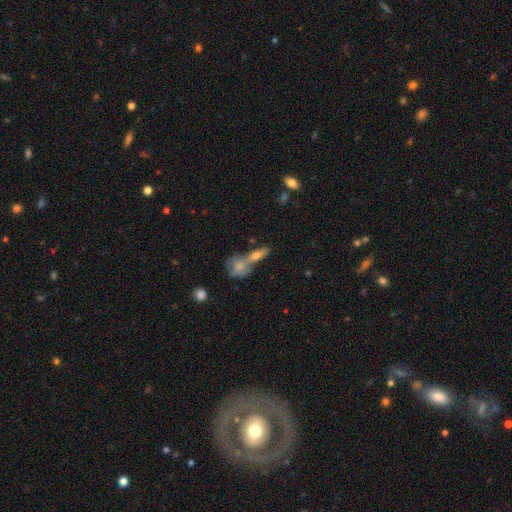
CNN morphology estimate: A smooth galaxy with no disk features (53%) that is in between round and cigar-shaped (44%).

Vote fractions:
- Smooth or featured? smooth: 53% / featured or disk: 33% / star or artifact: 14%
- How rounded? in between: 44% / cigar-shaped: 40% / round: 16%
- Merging? merger: 48% / none: 38% / minor disturbance: 9% / major disturbance: 4%